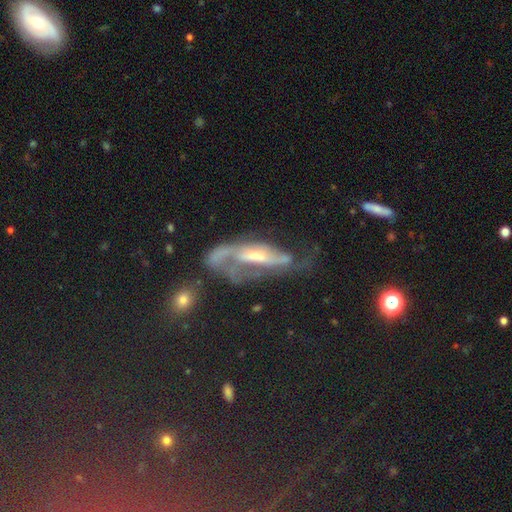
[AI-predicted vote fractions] The model was most divided on "bar": no: 37%, weak: 36%, strong: 28%. Remaining: edge-on disk — no (80%); spiral arms — yes (75%); smooth or featured — featured or disk (73%); merging — major disturbance (45%); bulge size — moderate (43%).